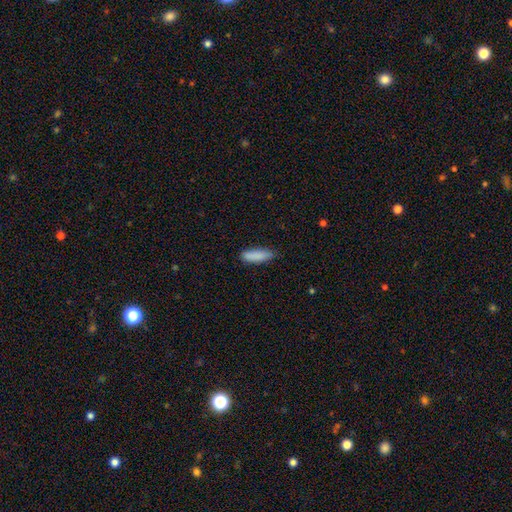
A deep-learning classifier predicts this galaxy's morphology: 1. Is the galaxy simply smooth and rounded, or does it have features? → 88% smooth, 6% star or artifact, 6% featured or disk.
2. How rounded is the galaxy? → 51% cigar-shaped, 47% in between, 2% round.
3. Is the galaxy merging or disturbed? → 80% none, 16% minor disturbance, 3% major disturbance, 1% merger.